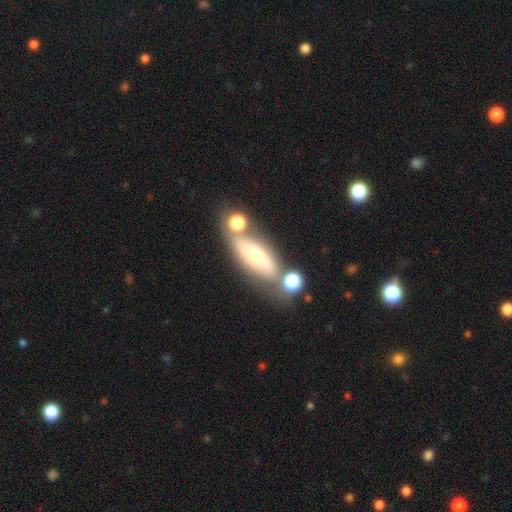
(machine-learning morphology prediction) This appears to be a featured or disk galaxy (45%). Merging: none (57%).